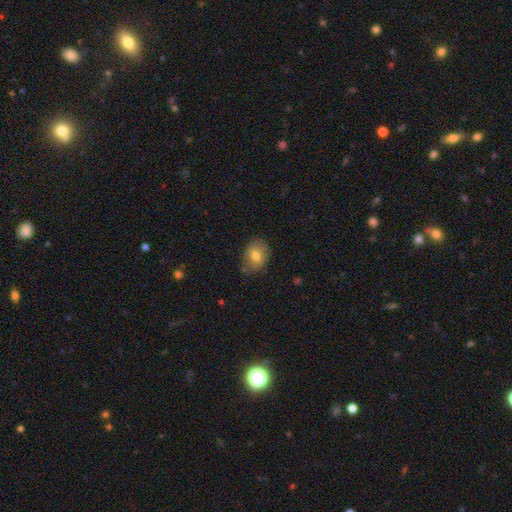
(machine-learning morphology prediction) Smooth or featured: smooth — 73% (featured or disk — 19%)
How rounded: in between — 65% (round — 34%)
Merging: none — 72% (minor disturbance — 21%)